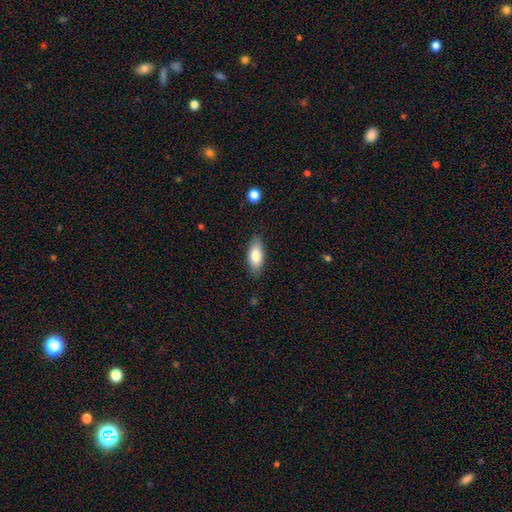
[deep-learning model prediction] Smooth or featured? Predicted: smooth (p=0.80). How rounded? Predicted: in between (p=0.81). Merging? Predicted: none (p=0.83).